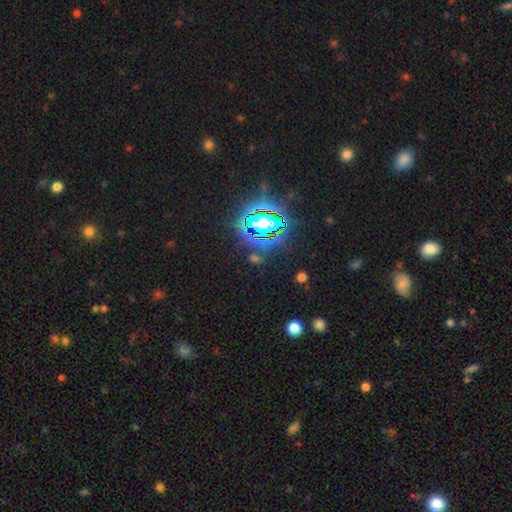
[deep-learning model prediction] Smooth or featured?
  - star or artifact: 76% *
  - smooth: 15%
  - featured or disk: 9%